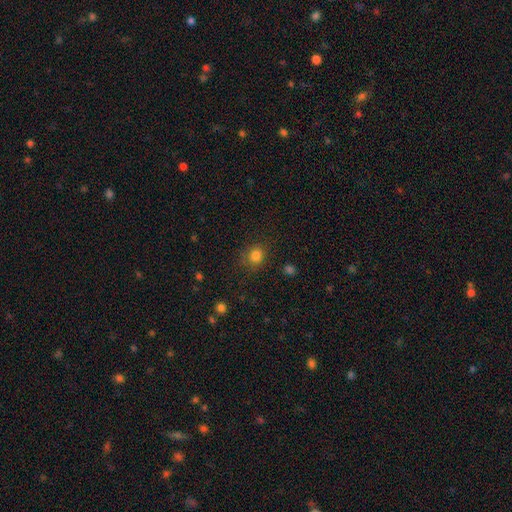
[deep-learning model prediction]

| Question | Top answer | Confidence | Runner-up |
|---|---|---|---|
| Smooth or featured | smooth | 82% | star or artifact (13%) |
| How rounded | round | 79% | in between (20%) |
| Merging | none | 80% | minor disturbance (13%) |